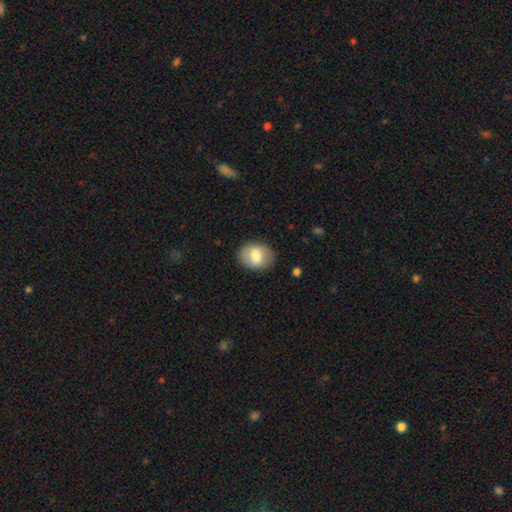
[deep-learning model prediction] smooth_or_featured: smooth (p=0.73) [alt: featured or disk p=0.19]
how_rounded: in between (p=0.54) [alt: round p=0.45]
merging: none (p=0.85) [alt: minor disturbance p=0.10]